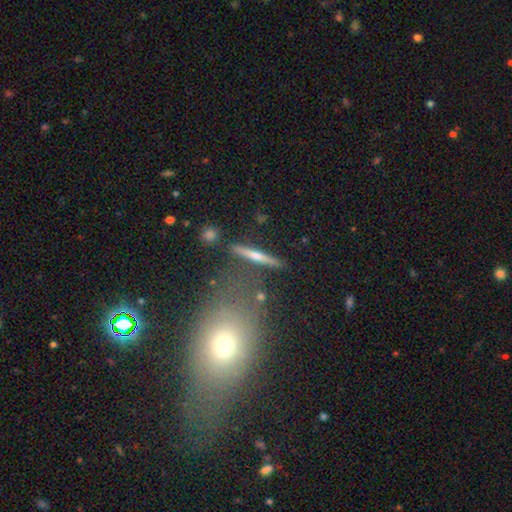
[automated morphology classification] type=featured or disk (62%); edge-on=yes (92%); edge-on bulge=rounded (81%); merging=none (80%).